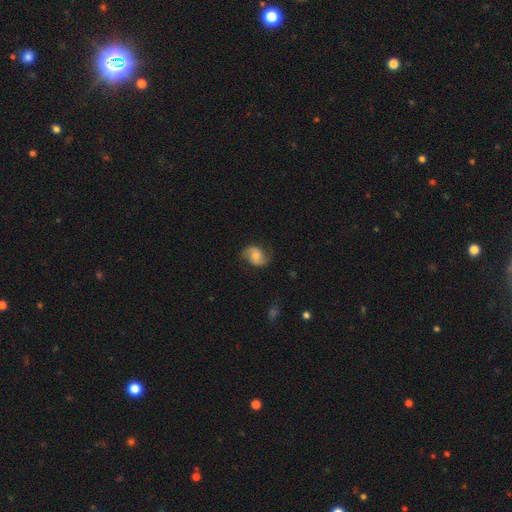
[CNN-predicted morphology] type=featured or disk (62%); edge-on=no (97%); bar=no (56%); spiral arms=yes (92%); winding=loose (47%); arm count=2 (90%); bulge=moderate (48%); merging=none (74%).